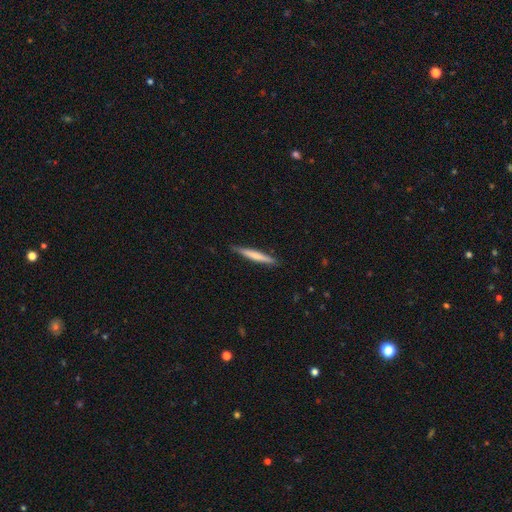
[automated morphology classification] smooth_or_featured: smooth (p=0.62) [alt: featured or disk p=0.32]
how_rounded: cigar-shaped (p=0.96) [alt: in between p=0.03]
merging: none (p=0.88) [alt: minor disturbance p=0.10]